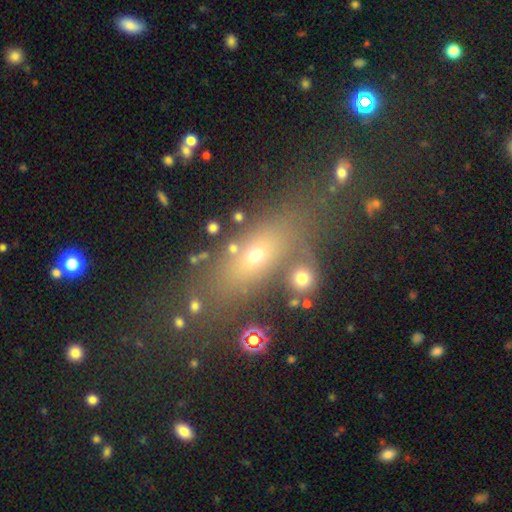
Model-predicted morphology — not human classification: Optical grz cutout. It shows a smooth galaxy with no disk features (59%) that is in between round and cigar-shaped (61%). Merging: none (62%).